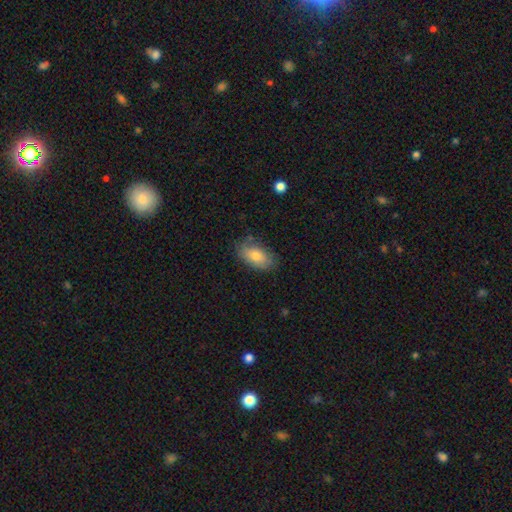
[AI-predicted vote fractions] A smooth galaxy with no disk features (77%) that is in between round and cigar-shaped (92%). Merging: none (77%).